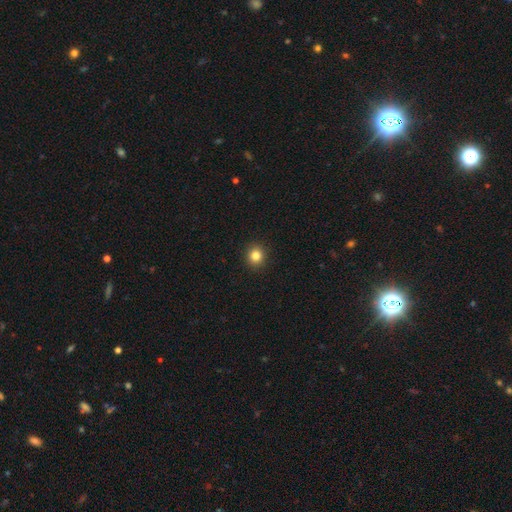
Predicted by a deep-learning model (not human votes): Morphology: type=smooth (83%); roundness=round (89%); merging=none (93%).